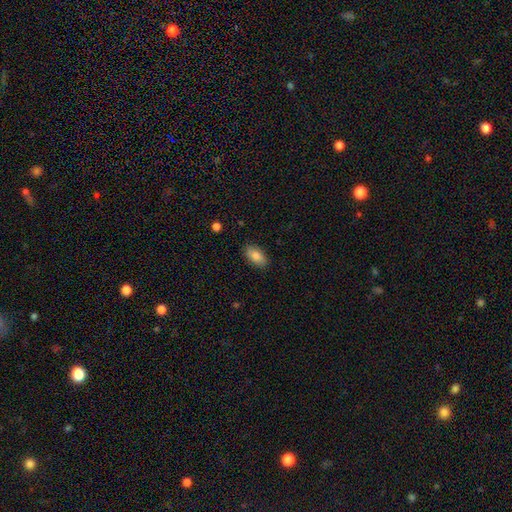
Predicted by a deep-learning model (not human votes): Smooth or featured?
  - smooth: 83% *
  - featured or disk: 10%
  - star or artifact: 7%
How rounded?
  - in between: 93% *
  - round: 4%
  - cigar-shaped: 3%
Merging?
  - none: 87% *
  - minor disturbance: 9%
  - major disturbance: 2%
  - merger: 1%